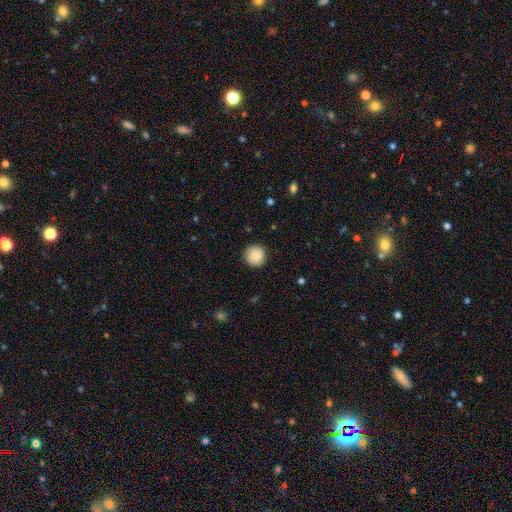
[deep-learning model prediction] smooth-or-featured: smooth: 82% | featured or disk: 10% | star or artifact: 8%
  how-rounded: round: 95% | in between: 4% | cigar-shaped: 1%
  merging: none: 89% | minor disturbance: 8% | major disturbance: 2% | merger: 1%